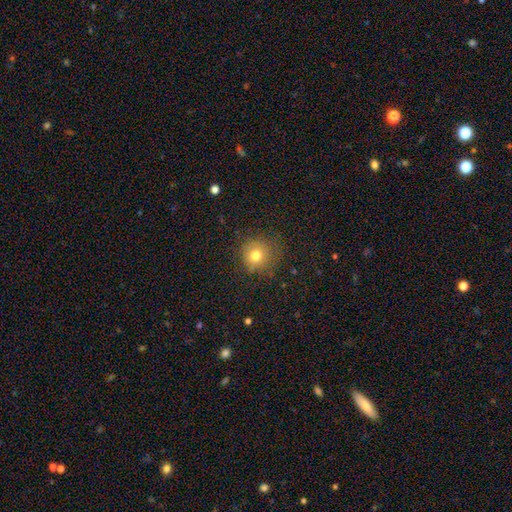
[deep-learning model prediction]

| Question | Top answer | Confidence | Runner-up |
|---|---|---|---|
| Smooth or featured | smooth | 76% | star or artifact (15%) |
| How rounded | round | 91% | in between (8%) |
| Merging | none | 81% | minor disturbance (13%) |